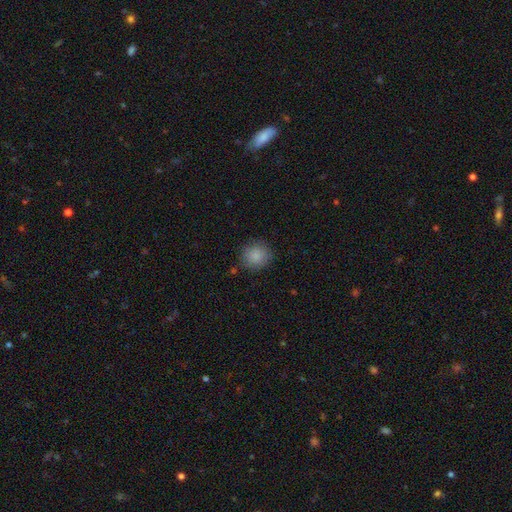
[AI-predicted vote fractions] A smooth galaxy with no disk features (87%) that is round (88%). Merging: none (85%).